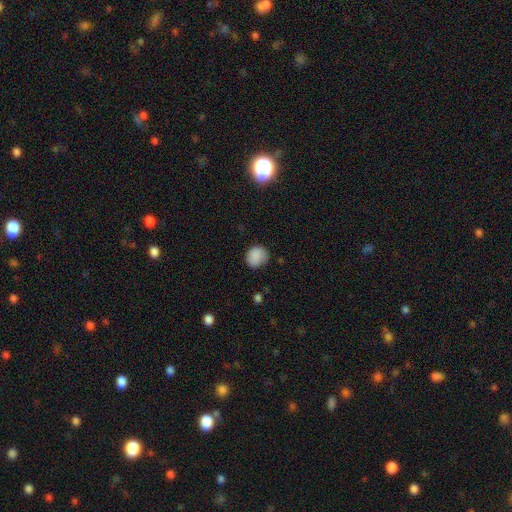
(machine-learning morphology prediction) A smooth galaxy with no disk features (85%) that is round (79%).

Vote fractions:
- Smooth or featured? smooth: 85% / star or artifact: 9% / featured or disk: 6%
- How rounded? round: 79% / in between: 21% / cigar-shaped: 1%
- Merging? none: 68% / minor disturbance: 24% / major disturbance: 6% / merger: 2%